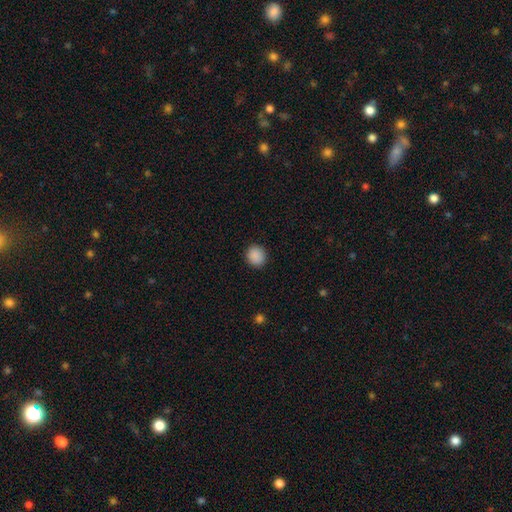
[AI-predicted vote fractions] smooth-or-featured: smooth: 89% | star or artifact: 8% | featured or disk: 2%
  how-rounded: round: 85% | in between: 14% | cigar-shaped: 1%
  merging: none: 91% | minor disturbance: 6% | major disturbance: 2% | merger: 1%